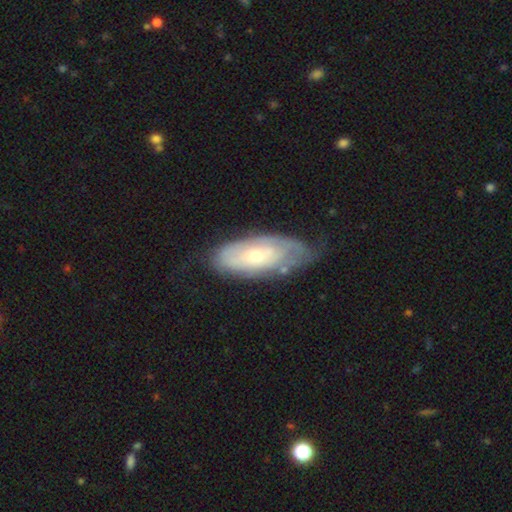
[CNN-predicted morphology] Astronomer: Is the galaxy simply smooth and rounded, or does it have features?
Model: featured or disk — 60%.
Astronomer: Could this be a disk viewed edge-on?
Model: no — 87%.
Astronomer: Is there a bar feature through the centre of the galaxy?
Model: no — 80%.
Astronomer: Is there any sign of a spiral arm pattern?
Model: yes — 63%.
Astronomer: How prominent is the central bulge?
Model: small — 53% (runner-up: moderate, 42%).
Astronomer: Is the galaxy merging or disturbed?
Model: none — 53% (runner-up: minor disturbance, 31%).